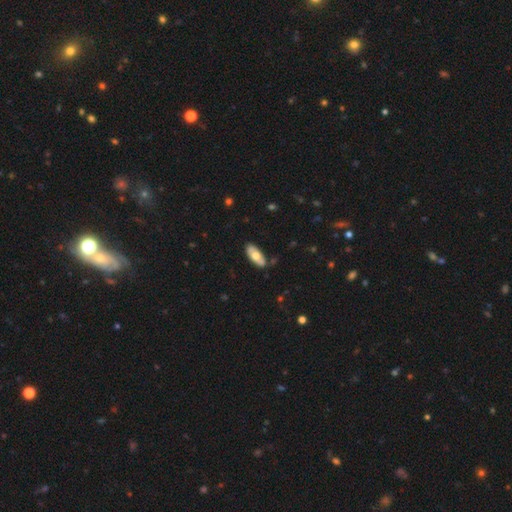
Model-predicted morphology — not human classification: This appears to be a smooth galaxy with no disk features (60%) that is in between round and cigar-shaped (87%). Merging: none (82%).